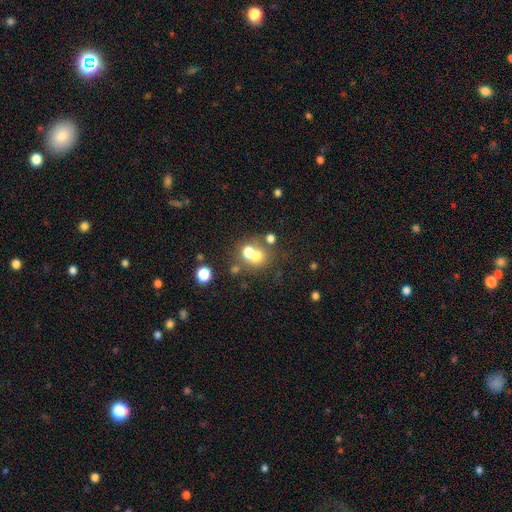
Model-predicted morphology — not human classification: The model was most divided on "merging": merger: 47%, none: 41%, minor disturbance: 7%, major disturbance: 5%. More confident: how rounded — round (79%); smooth or featured — smooth (64%).